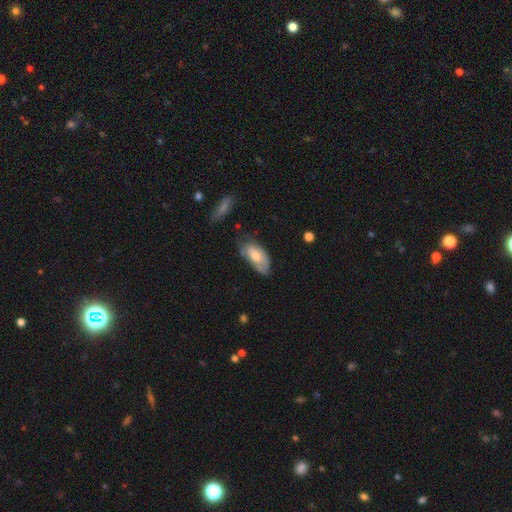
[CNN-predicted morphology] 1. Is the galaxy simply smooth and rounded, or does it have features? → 62% smooth, 32% featured or disk, 6% star or artifact.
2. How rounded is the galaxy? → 91% in between, 6% cigar-shaped, 3% round.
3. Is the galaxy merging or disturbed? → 45% none, 37% minor disturbance, 14% major disturbance, 3% merger.